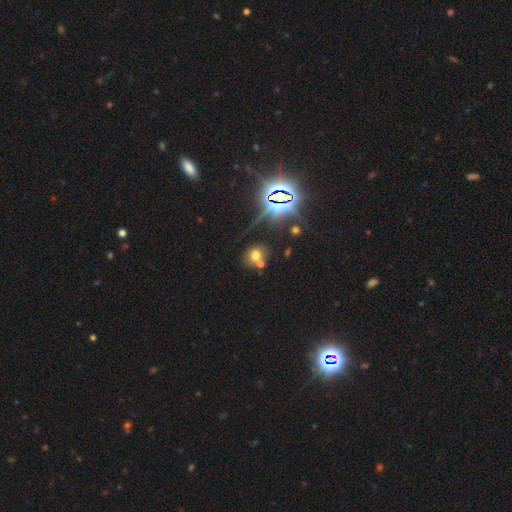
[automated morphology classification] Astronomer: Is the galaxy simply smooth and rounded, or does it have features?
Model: smooth — 61%.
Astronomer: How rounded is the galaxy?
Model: round — 70%.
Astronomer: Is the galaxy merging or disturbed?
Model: none — 50% (runner-up: merger, 34%).